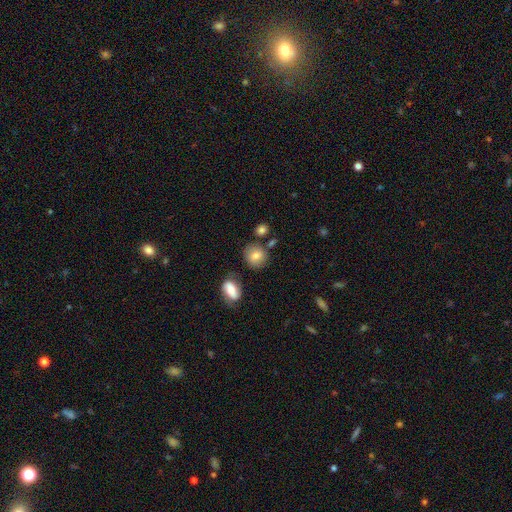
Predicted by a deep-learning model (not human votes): The model was most divided on "how rounded": round: 76%, in between: 23%, cigar-shaped: 1%. More confident: smooth or featured — smooth (80%); merging — none (73%).